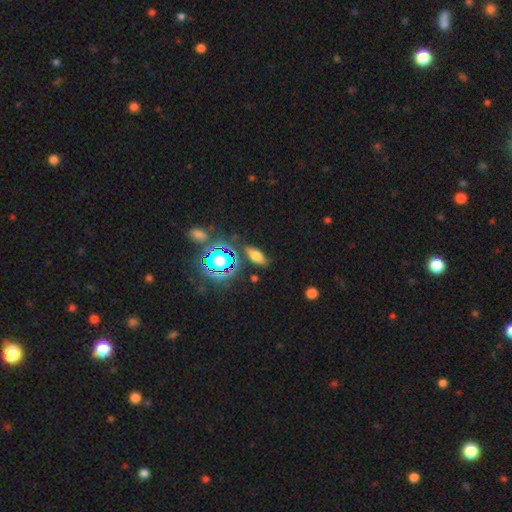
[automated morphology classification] Smooth or featured? smooth (61%)
How rounded? in between (73%)
Merging? none (79%)